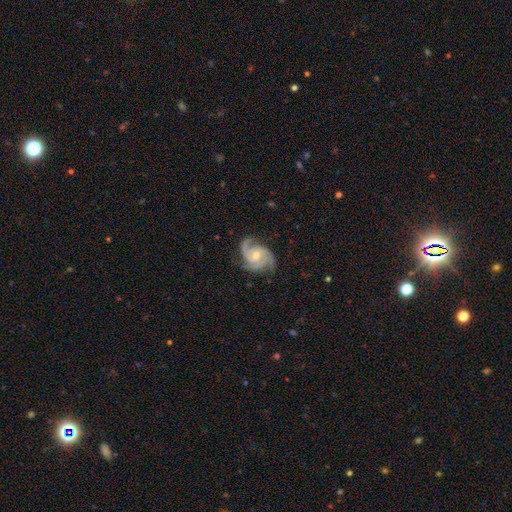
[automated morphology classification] Q: Smooth or featured?
A: featured or disk (89%); runner-up: smooth (6%)
Q: Edge-on disk?
A: no (98%); runner-up: yes (2%)
Q: Bar?
A: no (69%); runner-up: weak (25%)
Q: Spiral arms?
A: yes (98%); runner-up: no (2%)
Q: Spiral winding?
A: medium (51%); runner-up: tight (36%)
Q: Spiral arm count?
A: 3 (62%); runner-up: 2 (16%)
Q: Bulge size?
A: small (48%); tied with: moderate (48%)
Q: Merging?
A: none (72%); runner-up: minor disturbance (20%)